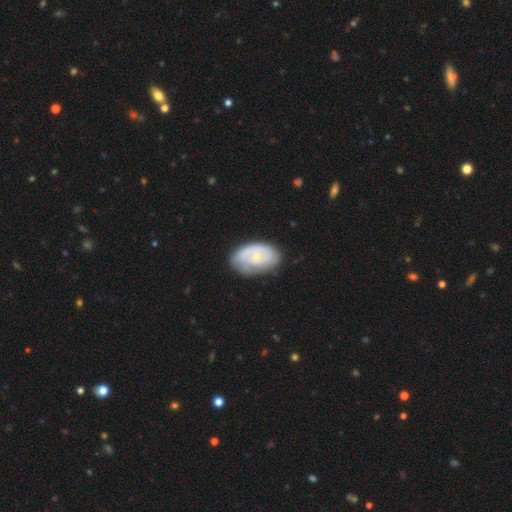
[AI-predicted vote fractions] This is possibly a featured or disk galaxy (58%). It is clearly not viewed edge-on (95%). Bar: likely no (75%). Spiral arm pattern: likely yes (71%). Central bulge: likely small (65%). Merging: likely none (65%).